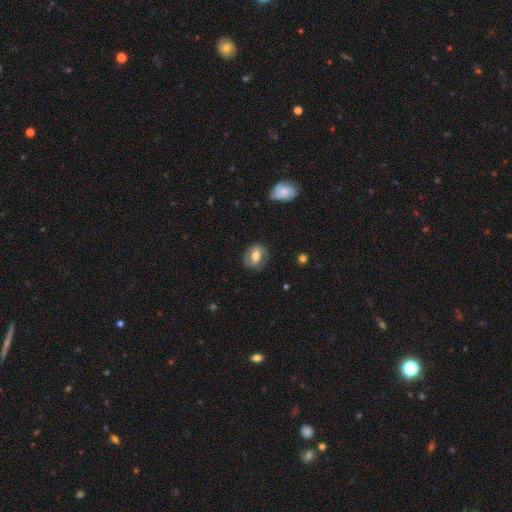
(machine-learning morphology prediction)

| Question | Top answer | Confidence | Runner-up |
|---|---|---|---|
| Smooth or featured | smooth | 52% | featured or disk (40%) |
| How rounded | in between | 57% | round (41%) |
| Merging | none | 76% | minor disturbance (17%) |